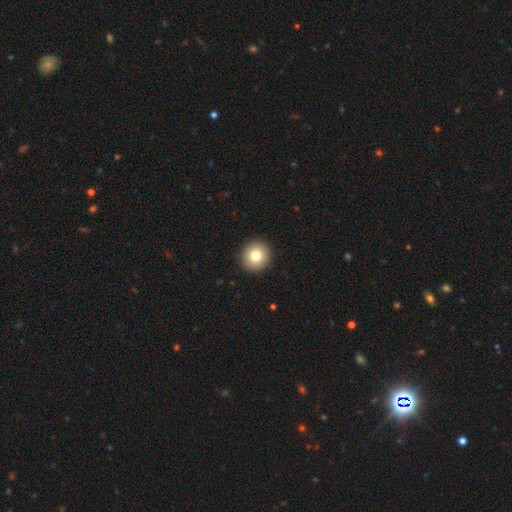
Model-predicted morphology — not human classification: This is likely a smooth galaxy (79%). How rounded: clearly round (93%). Merging: clearly none (93%).